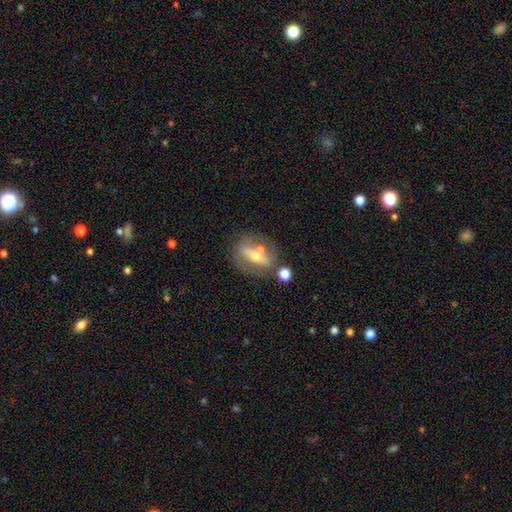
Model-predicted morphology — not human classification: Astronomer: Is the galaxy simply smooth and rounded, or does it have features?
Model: featured or disk — 60%.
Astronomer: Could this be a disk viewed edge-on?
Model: no — 79%.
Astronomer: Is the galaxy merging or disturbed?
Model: none — 57%.